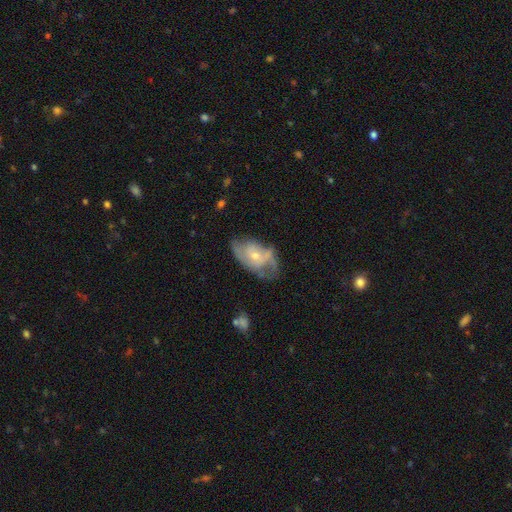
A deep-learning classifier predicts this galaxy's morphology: This appears to be a featured or disk galaxy (65%) with no bar (71%), spiral arms (71%) and a small central bulge (55%). Merging: none (44%).